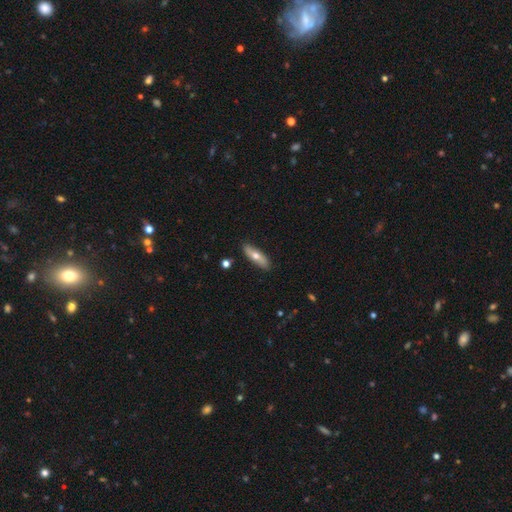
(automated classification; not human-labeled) Morphology: type=smooth (57%); roundness=cigar-shaped (52%); merging=none (87%).